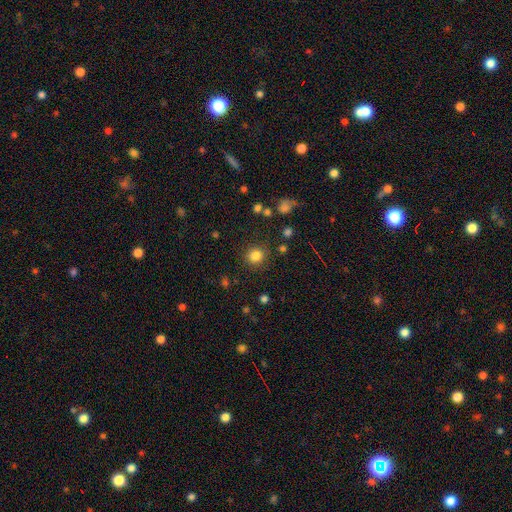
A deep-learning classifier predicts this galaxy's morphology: A smooth galaxy with no disk features (83%) that is round (85%).

Vote fractions:
- Smooth or featured? smooth: 83% / star or artifact: 12% / featured or disk: 5%
- How rounded? round: 85% / in between: 15% / cigar-shaped: 1%
- Merging? none: 86% / minor disturbance: 8% / major disturbance: 3% / merger: 2%